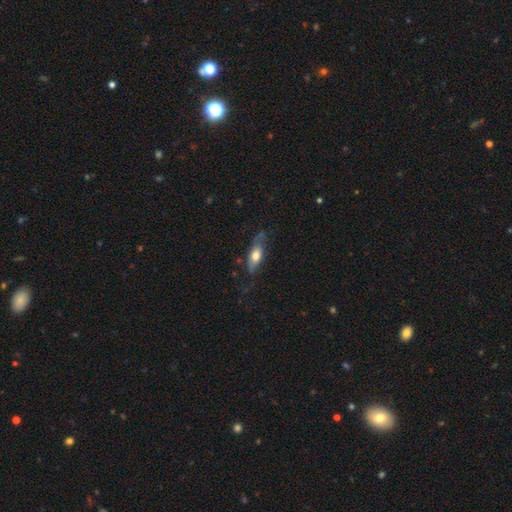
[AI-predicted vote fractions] The model was most divided on "smooth or featured": smooth: 56%, featured or disk: 38%, star or artifact: 6%. More confident: how rounded — in between (64%); merging — none (56%).